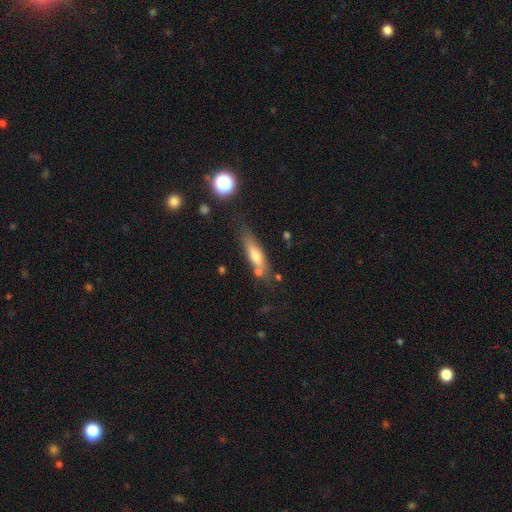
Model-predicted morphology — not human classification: Smooth or featured?
  - smooth: 61% *
  - featured or disk: 31%
  - star or artifact: 8%
How rounded?
  - cigar-shaped: 60% *
  - in between: 37%
  - round: 3%
Merging?
  - none: 64% *
  - minor disturbance: 19%
  - merger: 12%
  - major disturbance: 6%